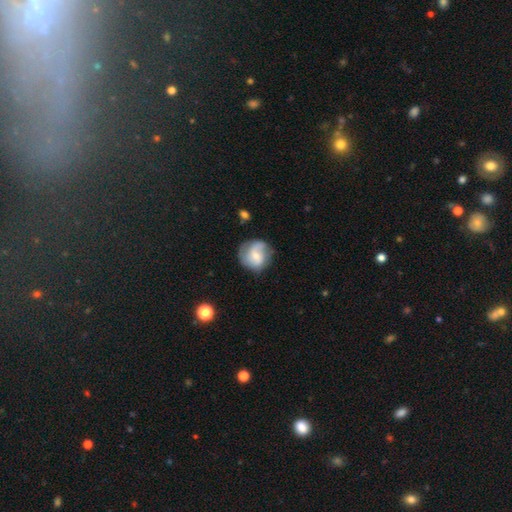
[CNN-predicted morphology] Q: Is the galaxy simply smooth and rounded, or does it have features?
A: featured or disk — 53%.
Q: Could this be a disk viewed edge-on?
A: no — 97%.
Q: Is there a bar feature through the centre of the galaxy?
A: no — 49%.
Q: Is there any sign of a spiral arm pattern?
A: yes — 83%.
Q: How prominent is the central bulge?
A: small — 48%.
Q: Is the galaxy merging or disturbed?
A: none — 66%.